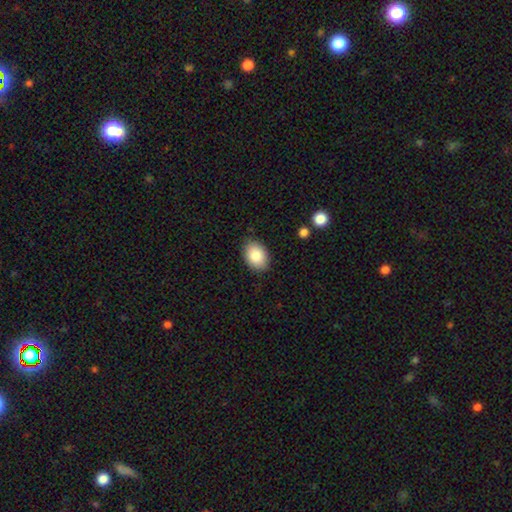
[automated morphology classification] type=smooth (86%); roundness=in between (82%); merging=none (85%).